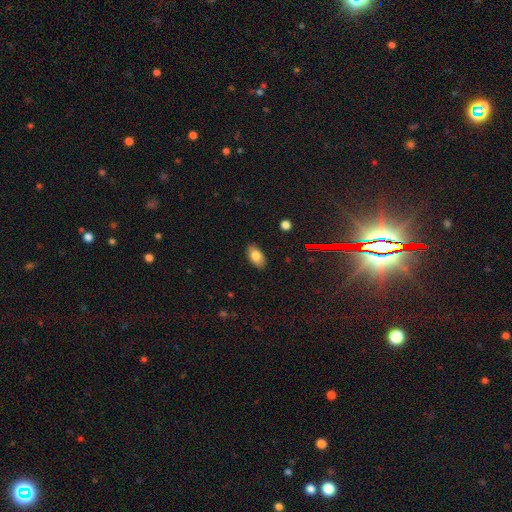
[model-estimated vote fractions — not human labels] This appears to be a smooth galaxy with no disk features (80%) that is in between round and cigar-shaped (92%). Merging: none (86%).